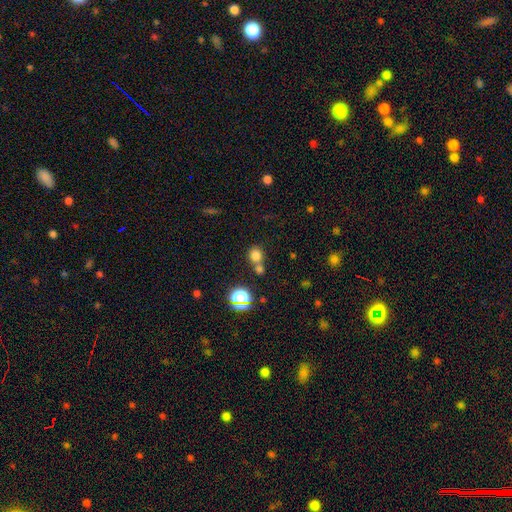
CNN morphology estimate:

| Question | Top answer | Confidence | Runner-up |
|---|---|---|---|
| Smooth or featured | smooth | 74% | star or artifact (19%) |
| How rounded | round | 82% | in between (17%) |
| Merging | none | 53% | merger (35%) |